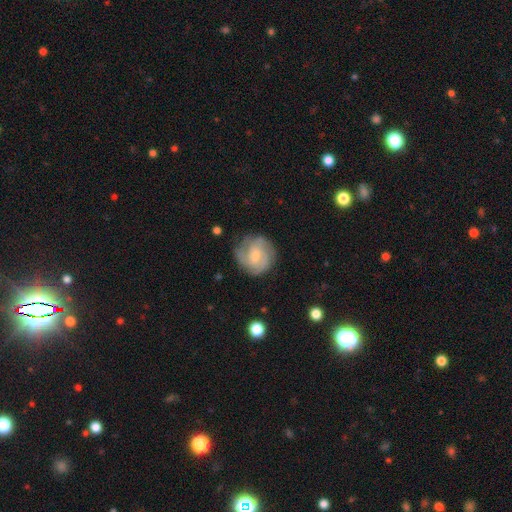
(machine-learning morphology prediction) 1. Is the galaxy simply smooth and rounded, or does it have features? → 67% featured or disk, 27% smooth, 6% star or artifact.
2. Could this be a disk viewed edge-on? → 98% no, 2% yes.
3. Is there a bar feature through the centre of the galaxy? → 47% weak, 44% no, 9% strong.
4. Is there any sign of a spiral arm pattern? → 89% yes, 11% no.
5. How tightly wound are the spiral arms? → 55% tight, 35% medium, 10% loose.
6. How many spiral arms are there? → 32% can't tell, 26% 3, 25% 2, 8% 4, 5% 1, 4% more than 4.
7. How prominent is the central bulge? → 58% small, 34% moderate, 5% none, 2% large, 1% dominant.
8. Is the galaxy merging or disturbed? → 74% none, 18% minor disturbance, 7% major disturbance, 1% merger.